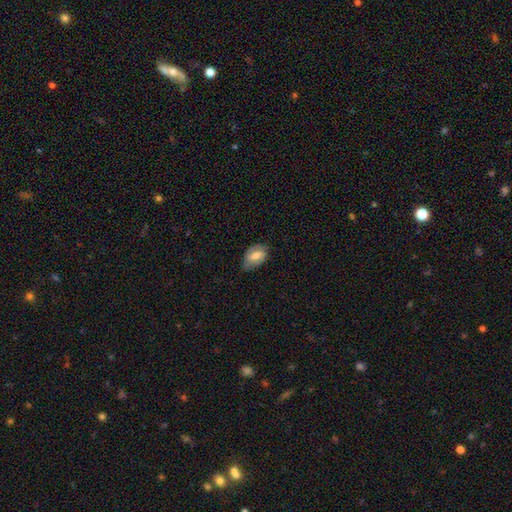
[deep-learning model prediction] A smooth galaxy with no disk features (58%) that is in between round and cigar-shaped (85%). Merging: none (56%).